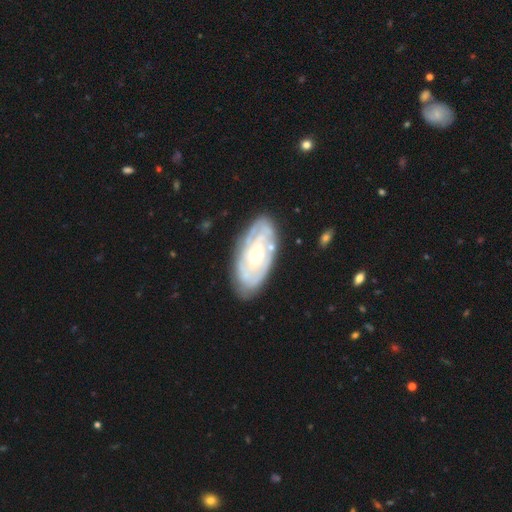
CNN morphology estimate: This is likely a featured or disk galaxy (79%). It is clearly not viewed edge-on (93%). Bar: likely no (76%). Spiral arm pattern: clearly yes (88%). Spiral arm count: possibly can't tell (49%). Spiral winding: likely tight (76%). Central bulge: possibly small (59%). Merging: likely none (78%).